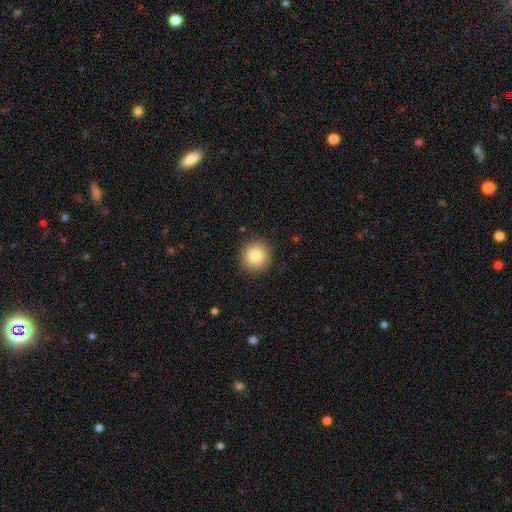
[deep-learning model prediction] Overall: smooth (82%). How rounded: round (95%). Merging: none (91%).